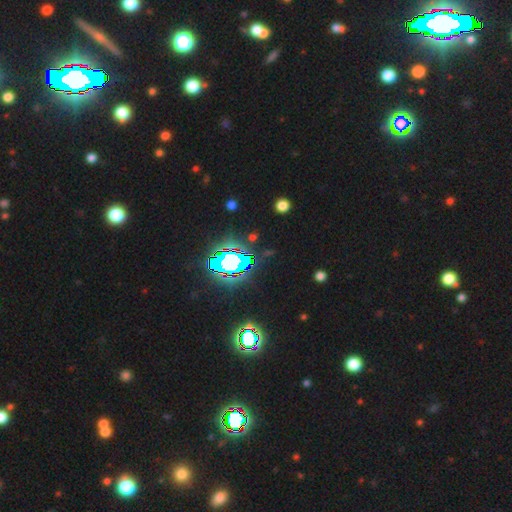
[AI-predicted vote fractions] This appears to be a star or artifact, not a galaxy (81%).